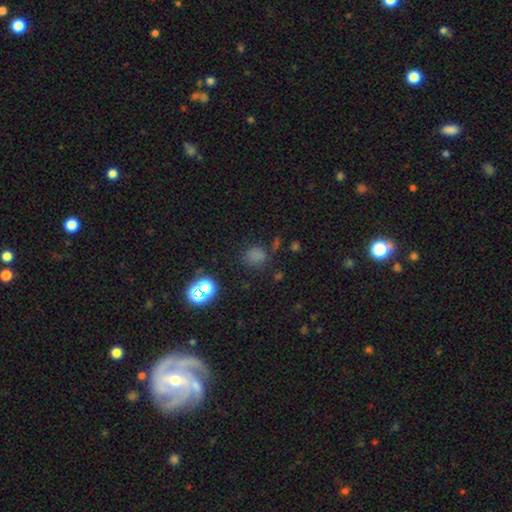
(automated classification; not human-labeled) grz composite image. It shows a smooth galaxy with no disk features (68%) that is round (71%). Merging: none (71%).